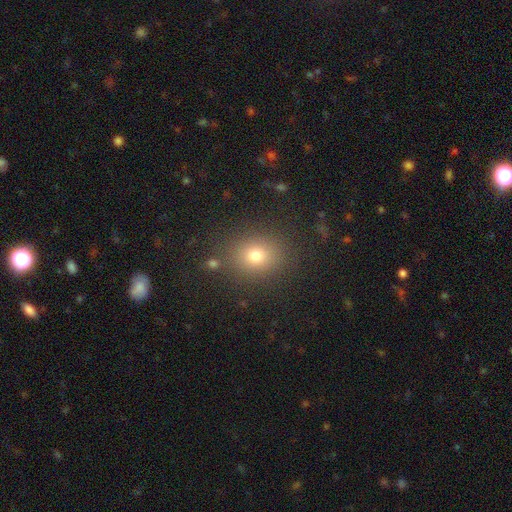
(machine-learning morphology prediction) Smooth or featured: smooth — 74% (star or artifact — 17%)
How rounded: round — 64% (in between — 35%)
Merging: none — 85% (minor disturbance — 9%)